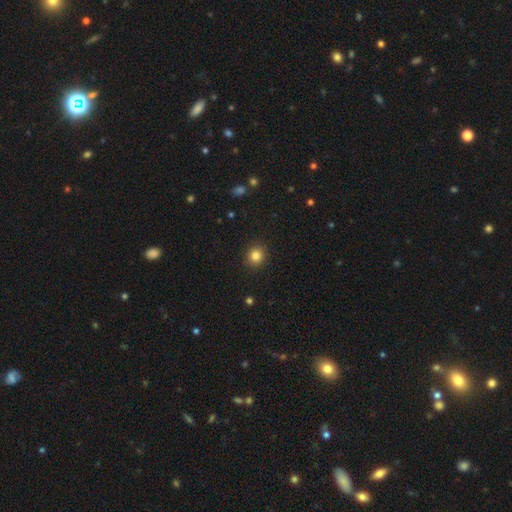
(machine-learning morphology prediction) Smooth or featured? smooth (83%)
How rounded? round (85%)
Merging? none (91%)